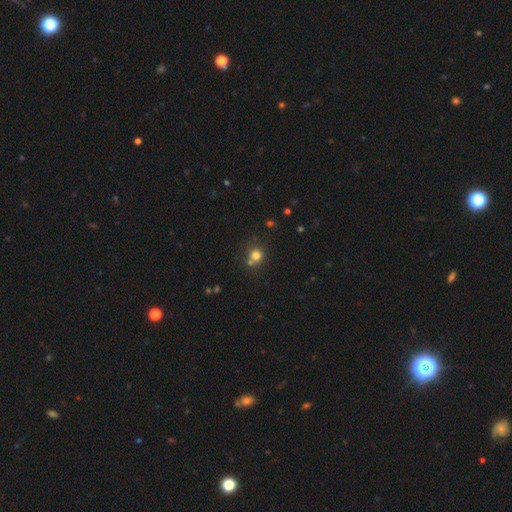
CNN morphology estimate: This is likely a smooth galaxy (75%). How rounded: clearly round (87%). Merging: possibly none (60%).